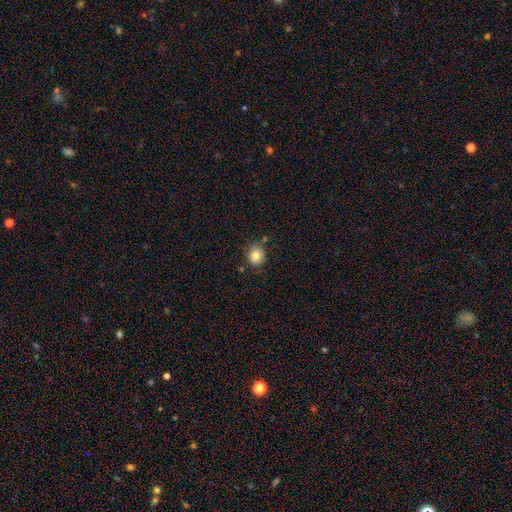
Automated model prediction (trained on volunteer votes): This is clearly a smooth galaxy (82%). How rounded: likely round (77%). Merging: likely none (76%).